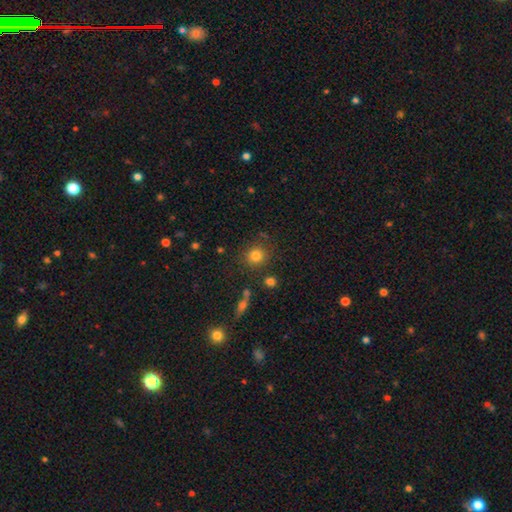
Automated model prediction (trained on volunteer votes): smooth-or-featured: smooth: 80% | star or artifact: 13% | featured or disk: 7%
  how-rounded: round: 87% | in between: 12% | cigar-shaped: 1%
  merging: none: 81% | minor disturbance: 10% | merger: 5% | major disturbance: 4%